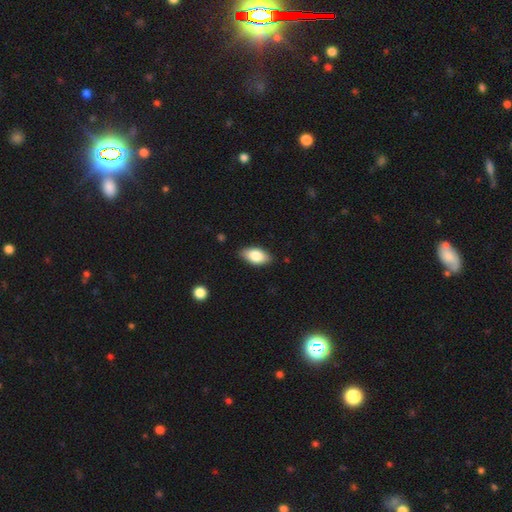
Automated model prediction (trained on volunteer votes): A smooth galaxy with no disk features (82%) that is in between round and cigar-shaped (93%). Merging: none (85%).